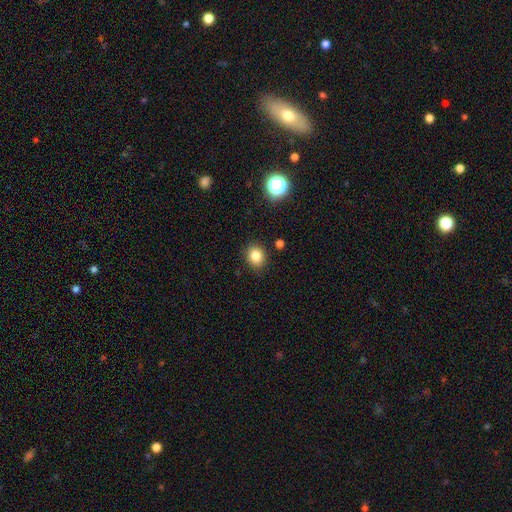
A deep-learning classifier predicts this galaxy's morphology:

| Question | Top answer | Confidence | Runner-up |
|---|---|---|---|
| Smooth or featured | smooth | 83% | star or artifact (11%) |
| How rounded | round | 70% | in between (29%) |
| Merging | none | 86% | minor disturbance (10%) |